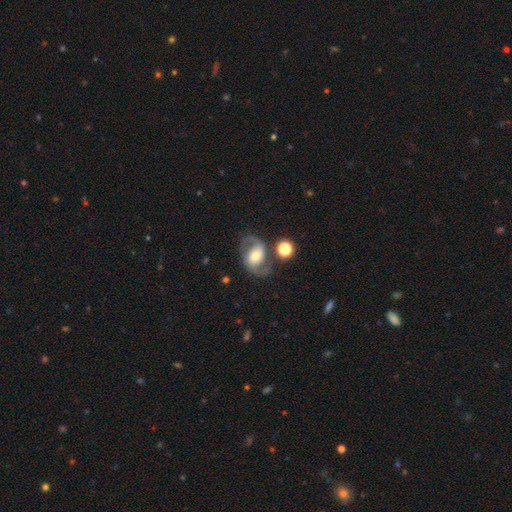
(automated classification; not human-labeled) Smooth or featured? featured or disk (83%)
Edge-on disk? no (97%)
Bar? weak (39%)
Spiral arms? yes (93%)
Spiral winding? medium (54%)
Spiral arm count? 2 (93%)
Bulge size? moderate (57%)
Merging? none (75%)